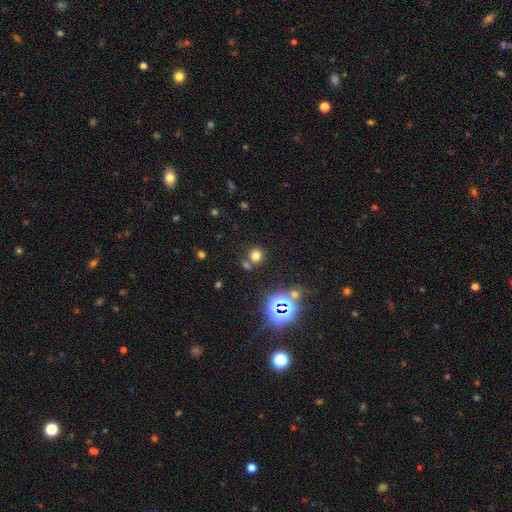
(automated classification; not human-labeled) The model was most divided on "smooth or featured": smooth: 68%, star or artifact: 25%, featured or disk: 7%. More confident: how rounded — round (85%); merging — none (71%).